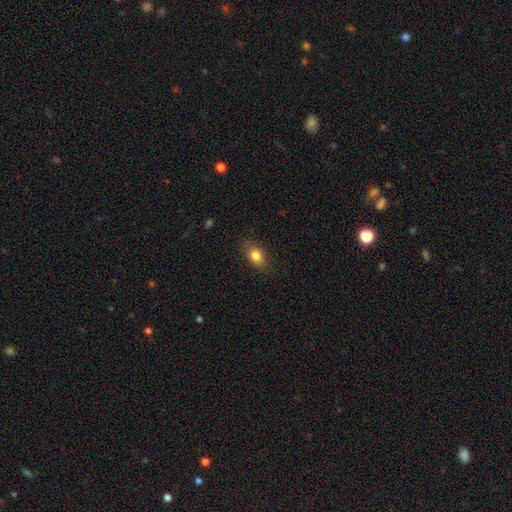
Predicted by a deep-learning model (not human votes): Smooth or featured? smooth (83%)
How rounded? in between (82%)
Merging? none (84%)